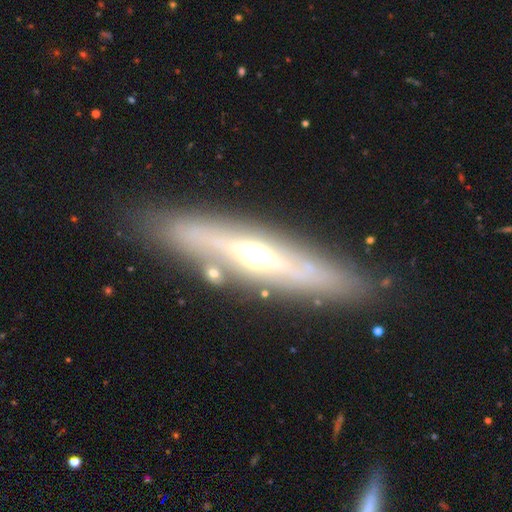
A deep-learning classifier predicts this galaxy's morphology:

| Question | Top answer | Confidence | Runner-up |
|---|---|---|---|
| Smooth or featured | featured or disk | 69% | smooth (24%) |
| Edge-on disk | yes | 82% | no (18%) |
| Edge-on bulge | rounded | 89% | none (7%) |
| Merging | none | 83% | minor disturbance (11%) |